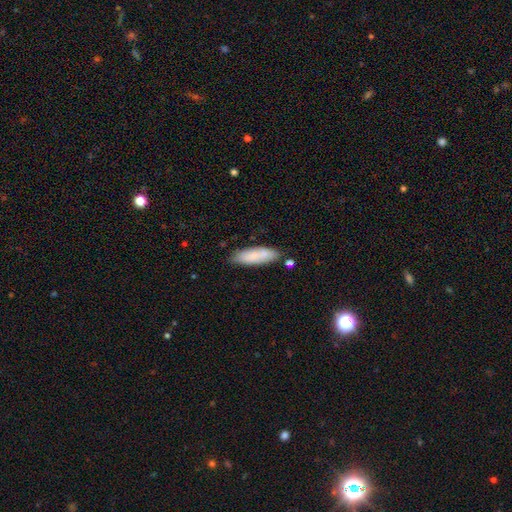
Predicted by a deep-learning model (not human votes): smooth 81%, featured or disk 13%, star or artifact 6%. Down the decision tree: how rounded — cigar-shaped (56%); merging — none (78%).